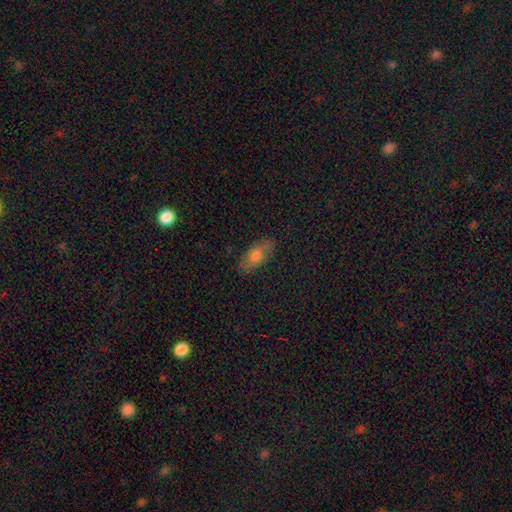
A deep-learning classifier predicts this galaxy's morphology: A smooth galaxy with no disk features (68%) that is in between round and cigar-shaped (85%).

Vote fractions:
- Smooth or featured? smooth: 68% / featured or disk: 24% / star or artifact: 8%
- How rounded? in between: 85% / cigar-shaped: 11% / round: 4%
- Merging? none: 83% / minor disturbance: 12% / major disturbance: 3% / merger: 1%